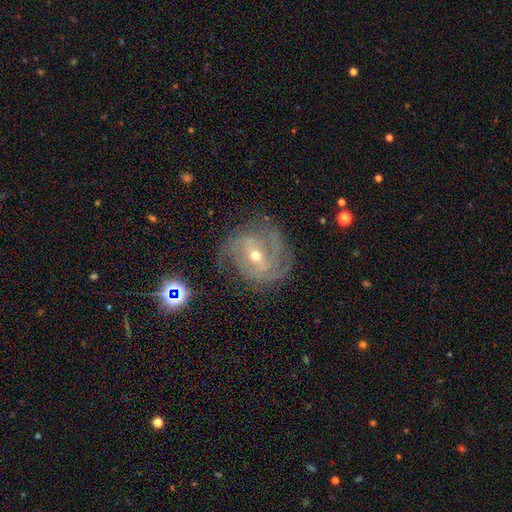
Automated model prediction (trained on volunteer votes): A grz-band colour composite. It shows a featured or disk galaxy (86%) with a weak bar (43%), 3 (30%) tight (61%) spiral arms (97%) and a moderate central bulge (49%). Merging: none (76%).